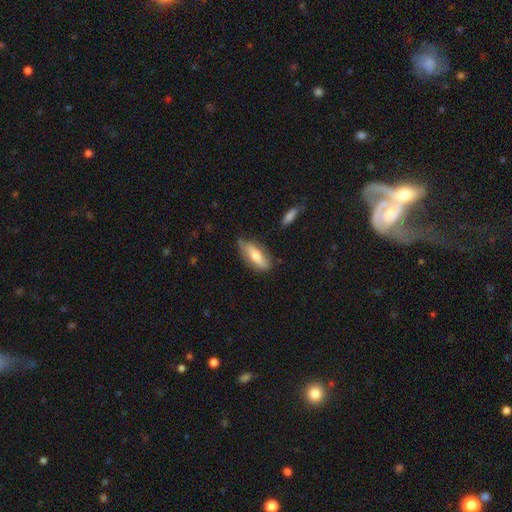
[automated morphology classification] This appears to be a smooth galaxy with no disk features (66%) that is in between round and cigar-shaped (64%). Merging: none (67%).